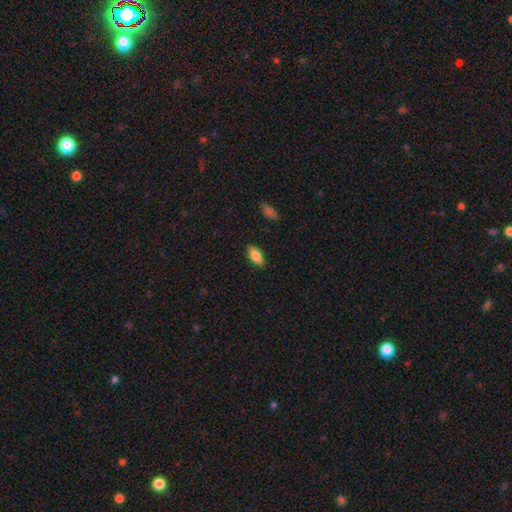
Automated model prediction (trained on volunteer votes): The model was most divided on "smooth or featured": smooth: 79%, featured or disk: 13%, star or artifact: 7%. More confident: how rounded — in between (88%); merging — none (88%).